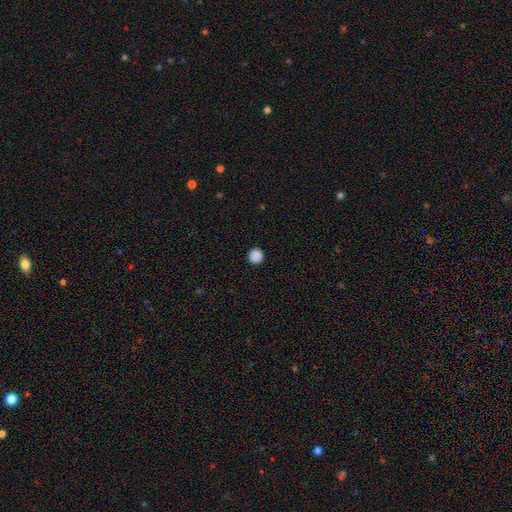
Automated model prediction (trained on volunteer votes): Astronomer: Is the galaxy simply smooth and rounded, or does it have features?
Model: smooth — 87%.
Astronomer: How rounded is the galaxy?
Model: round — 94%.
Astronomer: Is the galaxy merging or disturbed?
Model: none — 91%.